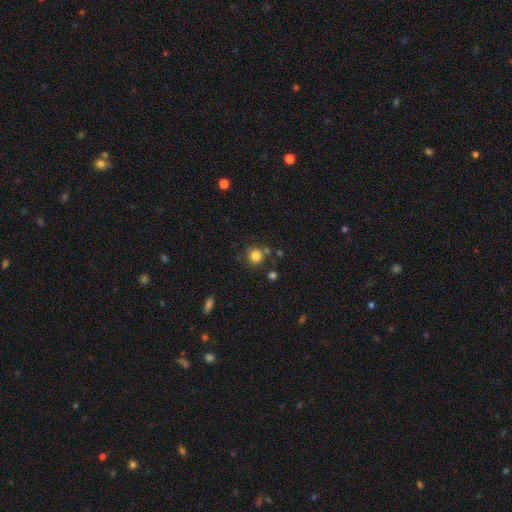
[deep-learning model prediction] The model was most divided on "merging": none: 76%, minor disturbance: 11%, merger: 9%, major disturbance: 4%. More confident: how rounded — round (92%); smooth or featured — smooth (82%).